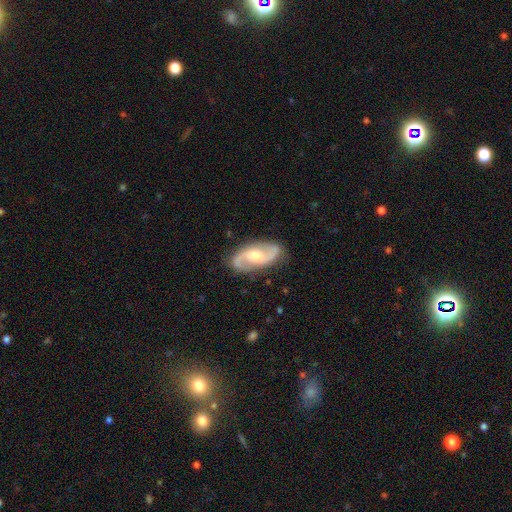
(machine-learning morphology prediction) featured or disk 87%, smooth 8%, star or artifact 4%. Down the decision tree: edge-on disk — no (96%); bar — weak (44%); spiral arms — yes (97%); spiral arm count — 2 (93%); spiral winding — medium (48%); bulge size — moderate (64%); merging — none (84%).